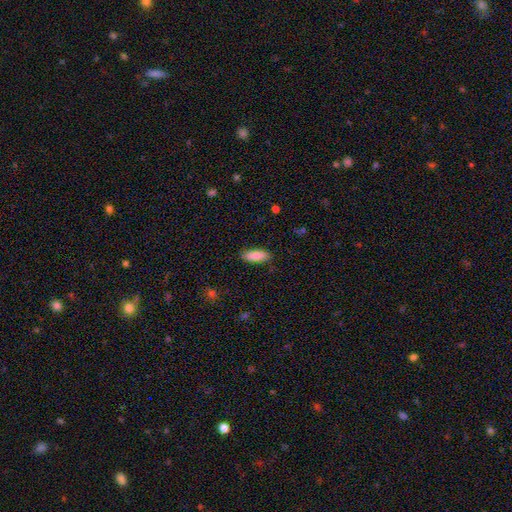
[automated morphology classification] A smooth galaxy with no disk features (87%) that is in between round and cigar-shaped (74%).

Vote fractions:
- Smooth or featured? smooth: 87% / featured or disk: 7% / star or artifact: 6%
- How rounded? in between: 74% / cigar-shaped: 24% / round: 2%
- Merging? none: 87% / minor disturbance: 10% / major disturbance: 2% / merger: 1%